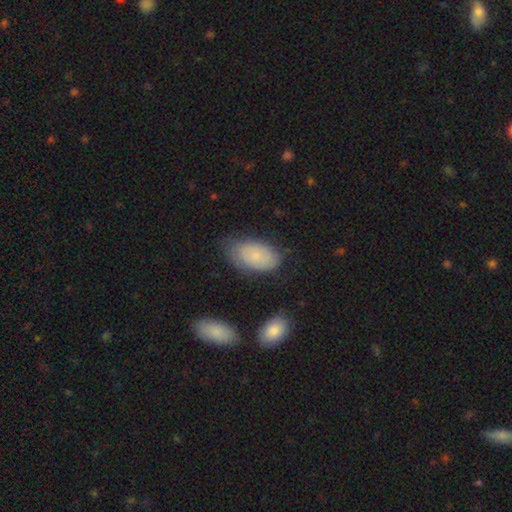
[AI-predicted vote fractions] Smooth or featured? smooth (77%)
How rounded? in between (94%)
Merging? none (63%)